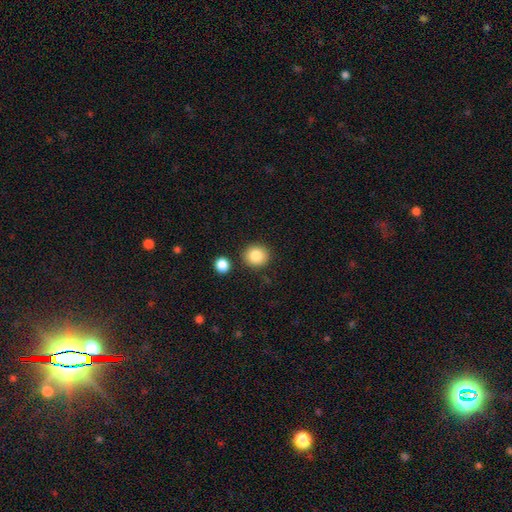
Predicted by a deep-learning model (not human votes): This is clearly a smooth galaxy (85%). How rounded: clearly round (88%). Merging: clearly none (87%).